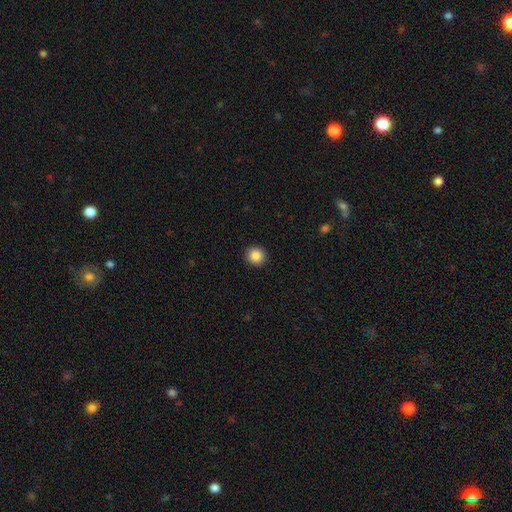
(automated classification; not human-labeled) smooth-or-featured: smooth: 86% | star or artifact: 9% | featured or disk: 4%
  how-rounded: round: 89% | in between: 11% | cigar-shaped: 1%
  merging: none: 92% | minor disturbance: 5% | major disturbance: 2% | merger: 1%